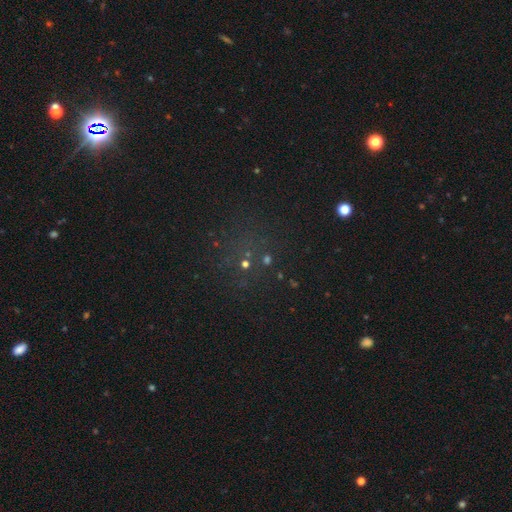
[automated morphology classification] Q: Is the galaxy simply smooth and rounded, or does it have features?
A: star or artifact — 60%.